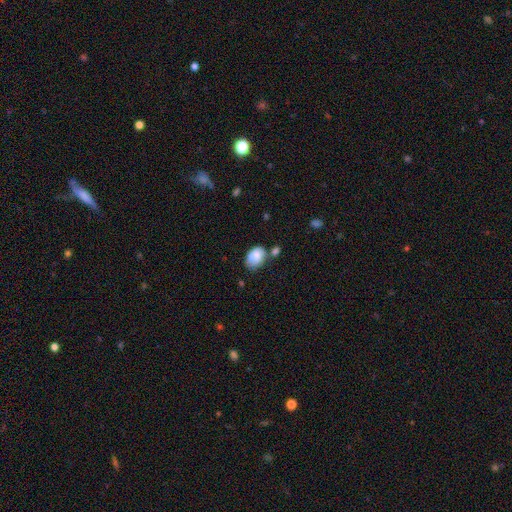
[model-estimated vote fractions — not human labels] This is likely a smooth galaxy (77%). How rounded: clearly in between (83%). Merging: possibly none (46%).